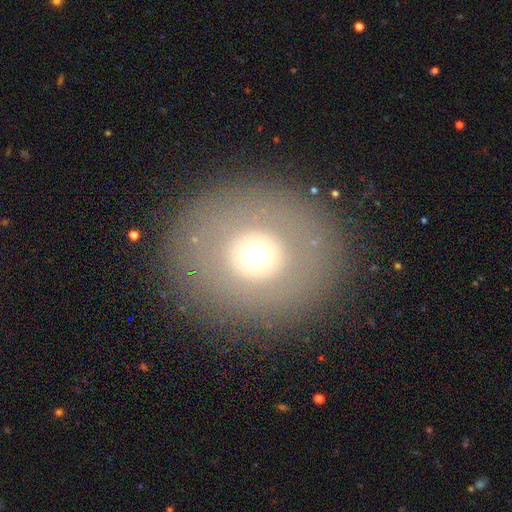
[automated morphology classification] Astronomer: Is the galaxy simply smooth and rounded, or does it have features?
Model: smooth — 58%.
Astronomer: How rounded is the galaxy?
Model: round — 78%.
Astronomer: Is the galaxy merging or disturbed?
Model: none — 85%.